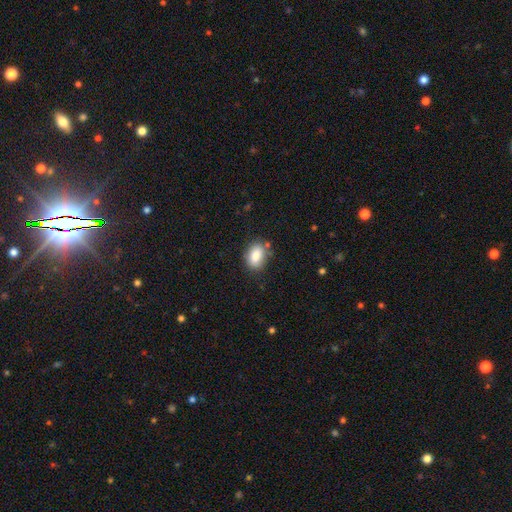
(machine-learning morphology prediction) Overall: smooth (86%). How rounded: in between (82%). Merging: none (78%).